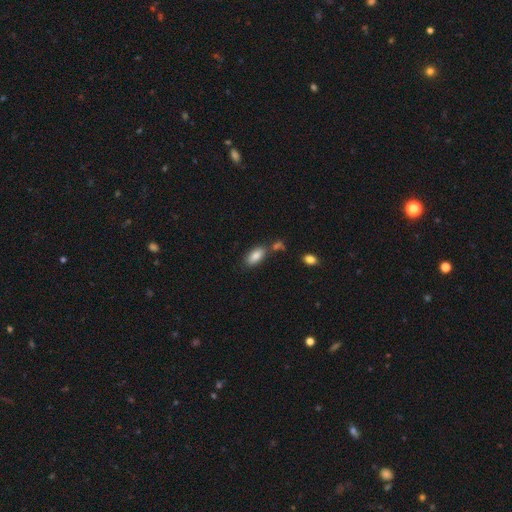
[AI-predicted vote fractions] Overall: smooth (85%). How rounded: in between (90%). Merging: none (67%).